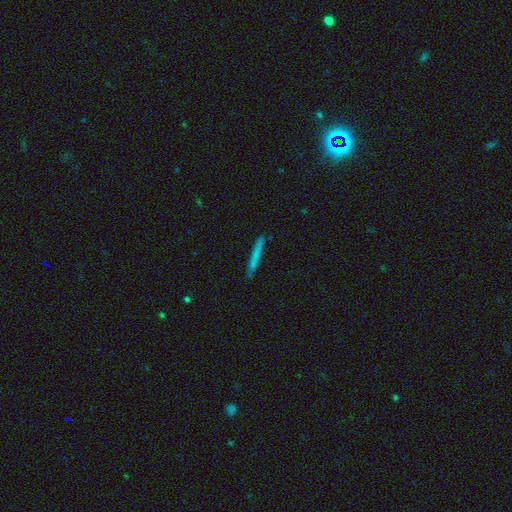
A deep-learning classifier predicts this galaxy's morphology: A smooth galaxy with no disk features (63%) that is cigar-shaped (96%). Merging: none (85%).